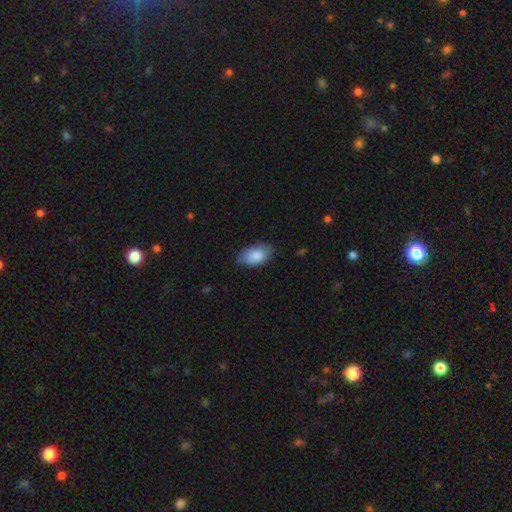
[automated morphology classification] The model was most divided on "merging": none: 75%, minor disturbance: 21%, major disturbance: 3%, merger: 1%. More confident: how rounded — in between (93%); smooth or featured — smooth (85%).